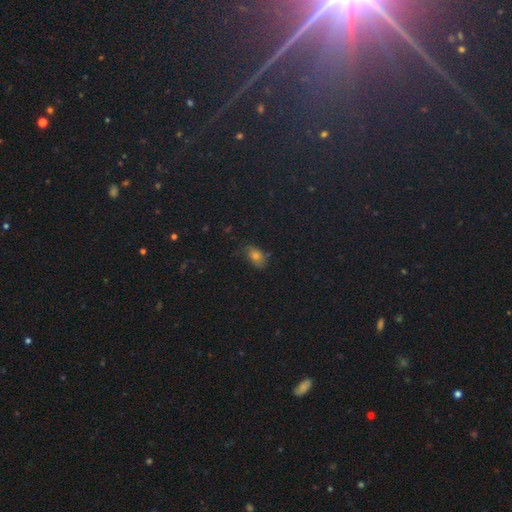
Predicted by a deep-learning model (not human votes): smooth-or-featured: smooth: 64% | star or artifact: 23% | featured or disk: 13%
  how-rounded: in between: 83% | round: 14% | cigar-shaped: 3%
  merging: none: 63% | minor disturbance: 26% | major disturbance: 8% | merger: 2%